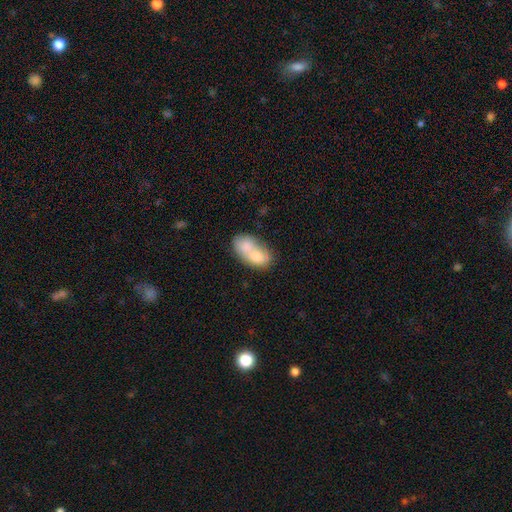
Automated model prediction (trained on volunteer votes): Morphology: type=smooth (68%); roundness=in between (82%); merging=merger (69%).